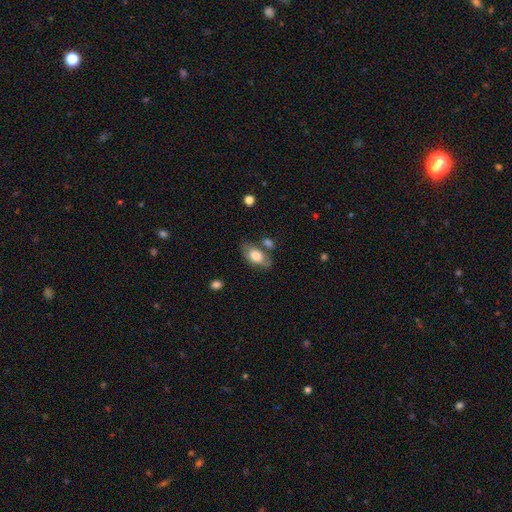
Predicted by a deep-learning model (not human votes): A smooth galaxy with no disk features (71%) that is in between round and cigar-shaped (90%). Merging: none (64%).